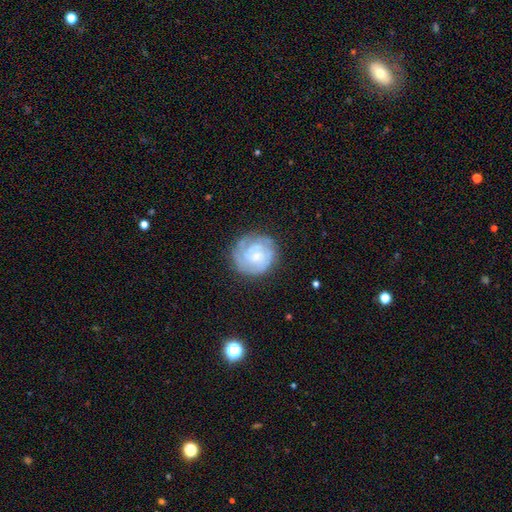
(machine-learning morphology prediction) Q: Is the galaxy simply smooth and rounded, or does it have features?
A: featured or disk — 73%.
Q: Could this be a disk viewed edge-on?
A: no — 98%.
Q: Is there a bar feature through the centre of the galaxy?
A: no — 63%.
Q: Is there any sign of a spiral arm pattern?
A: yes — 91%.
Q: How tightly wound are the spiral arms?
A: tight — 74%.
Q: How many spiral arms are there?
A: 2 — 36%.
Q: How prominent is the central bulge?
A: small — 53%.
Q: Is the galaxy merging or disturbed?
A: none — 78%.